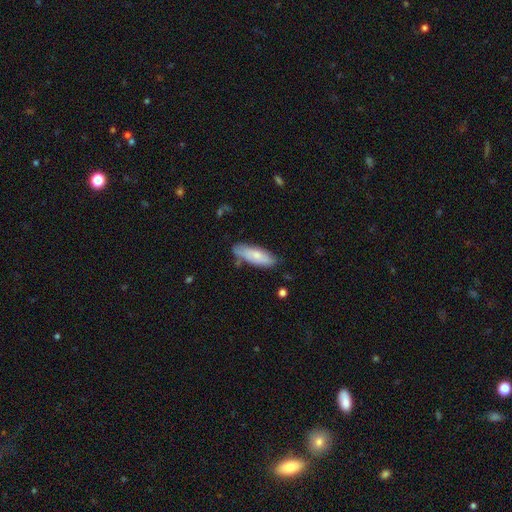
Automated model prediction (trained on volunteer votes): Smooth or featured? smooth (72%)
How rounded? in between (63%)
Merging? none (68%)